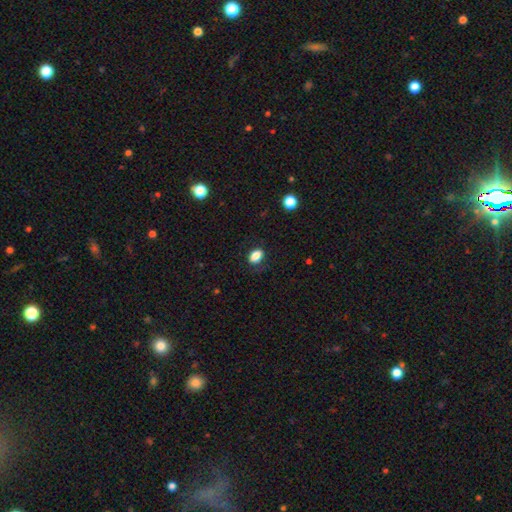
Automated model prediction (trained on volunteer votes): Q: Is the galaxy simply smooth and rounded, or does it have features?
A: smooth — 85%.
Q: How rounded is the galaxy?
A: in between — 82%.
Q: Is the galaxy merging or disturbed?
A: none — 81%.